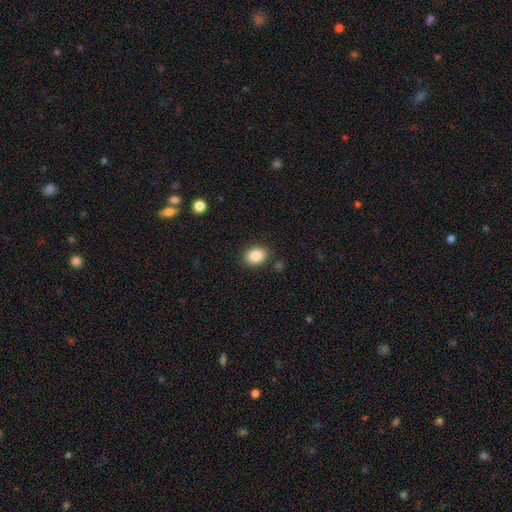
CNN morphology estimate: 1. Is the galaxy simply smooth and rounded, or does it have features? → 86% smooth, 9% star or artifact, 5% featured or disk.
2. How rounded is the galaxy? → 55% in between, 44% round, 1% cigar-shaped.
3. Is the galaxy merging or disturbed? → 86% none, 9% minor disturbance, 3% major disturbance, 2% merger.